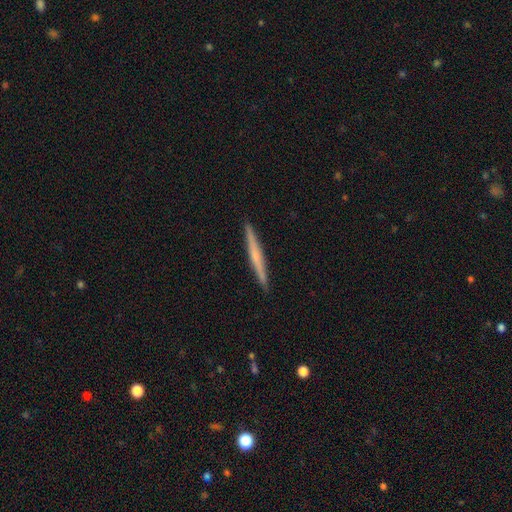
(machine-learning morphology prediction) Smooth or featured? Predicted: featured or disk (p=0.50). Merging? Predicted: none (p=0.92).